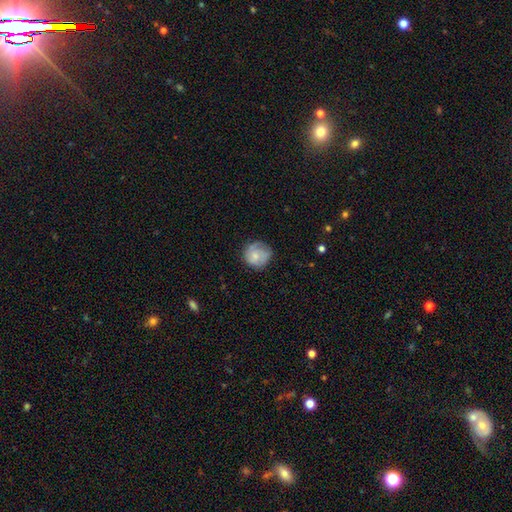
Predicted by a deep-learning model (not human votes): Smooth or featured: smooth — 62% (featured or disk — 31%)
How rounded: round — 87% (in between — 12%)
Merging: none — 68% (minor disturbance — 23%)